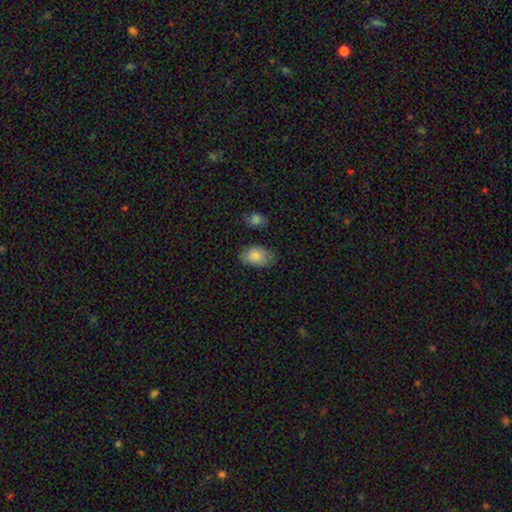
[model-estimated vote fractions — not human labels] This appears to be a smooth galaxy with no disk features (86%) that is in between round and cigar-shaped (91%). Merging: none (75%).